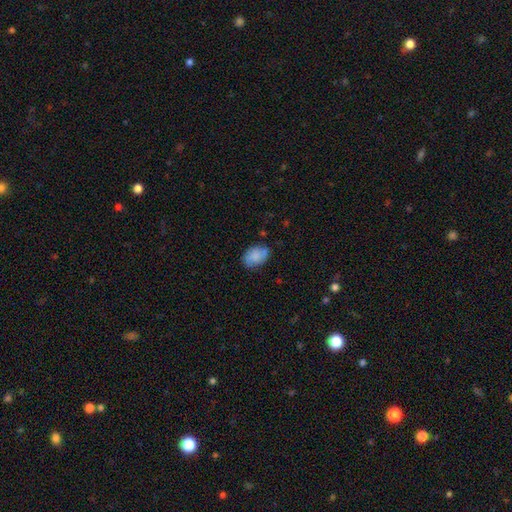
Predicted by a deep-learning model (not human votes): A smooth galaxy with no disk features (68%) that is in between round and cigar-shaped (80%). Merging: none (66%).